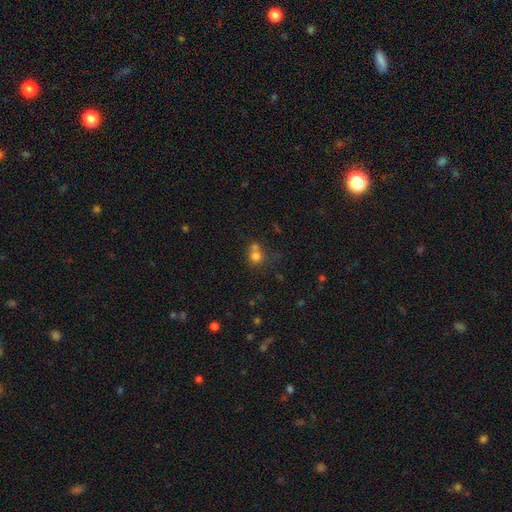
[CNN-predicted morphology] Smooth or featured? Predicted: smooth (p=0.74). How rounded? Predicted: round (p=0.80). Merging? Predicted: merger (p=0.45).